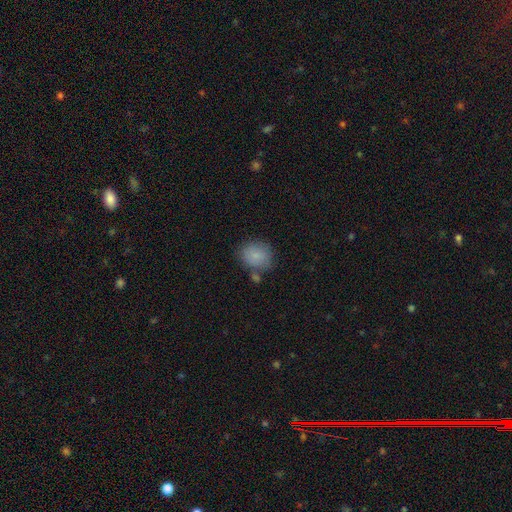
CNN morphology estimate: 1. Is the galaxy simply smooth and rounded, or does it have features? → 85% smooth, 8% star or artifact, 7% featured or disk.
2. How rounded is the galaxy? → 72% round, 27% in between, 1% cigar-shaped.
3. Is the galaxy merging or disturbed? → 69% none, 16% minor disturbance, 11% merger, 5% major disturbance.